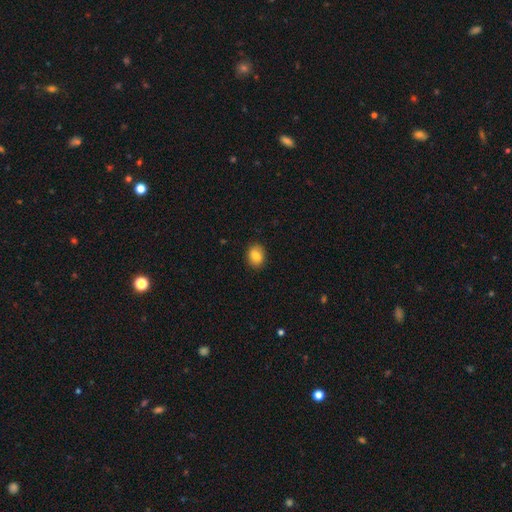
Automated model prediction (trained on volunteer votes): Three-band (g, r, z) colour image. It shows a smooth galaxy with no disk features (83%) that is in between round and cigar-shaped (50%). Merging: none (89%).